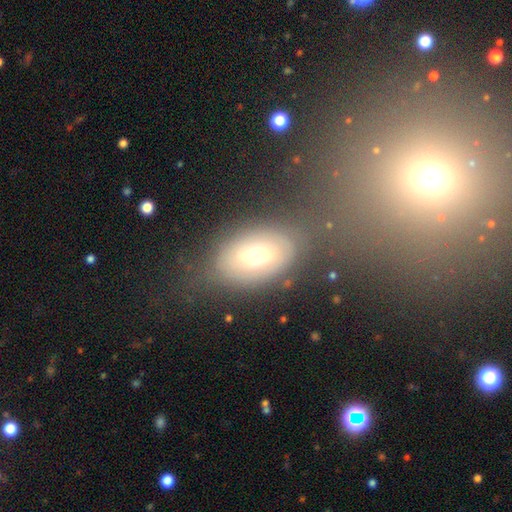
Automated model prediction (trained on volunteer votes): A smooth galaxy with no disk features (53%) that is in between round and cigar-shaped (80%). Merging: none (70%).